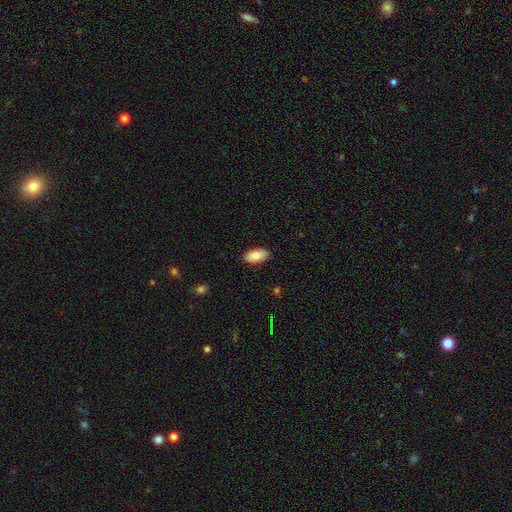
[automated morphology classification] Q: Smooth or featured?
A: smooth (89%); runner-up: star or artifact (6%)
Q: How rounded?
A: in between (93%); runner-up: cigar-shaped (5%)
Q: Merging?
A: none (88%); runner-up: minor disturbance (9%)